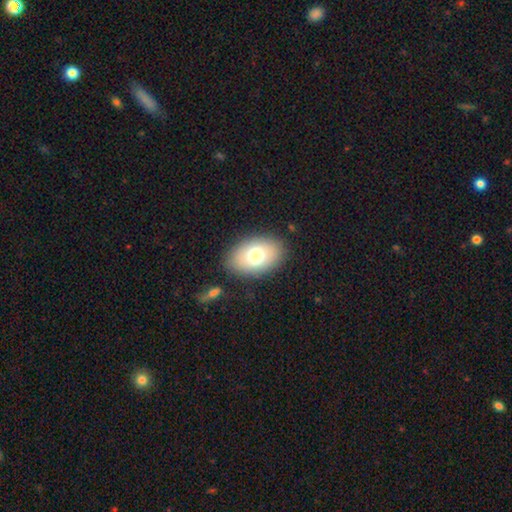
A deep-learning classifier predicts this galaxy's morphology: Overall: smooth (74%). How rounded: in between (87%). Merging: none (84%).